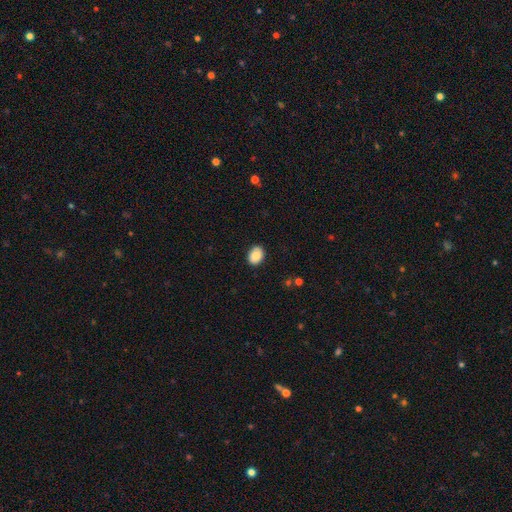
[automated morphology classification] smooth-or-featured: smooth: 82% | featured or disk: 10% | star or artifact: 8%
  how-rounded: in between: 62% | round: 37% | cigar-shaped: 1%
  merging: none: 85% | minor disturbance: 11% | major disturbance: 2% | merger: 1%